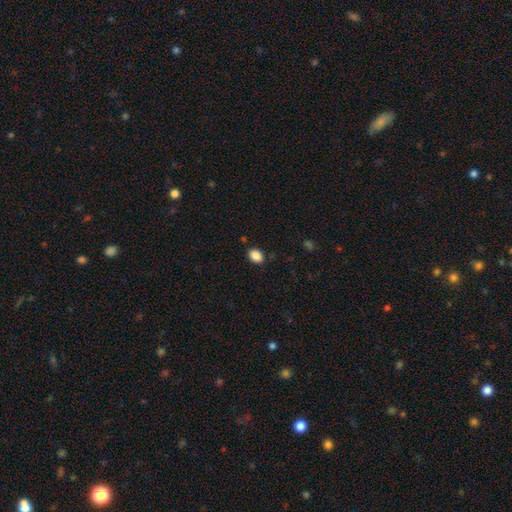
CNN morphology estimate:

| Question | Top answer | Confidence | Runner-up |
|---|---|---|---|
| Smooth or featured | smooth | 87% | star or artifact (9%) |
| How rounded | in between | 73% | round (26%) |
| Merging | none | 86% | minor disturbance (10%) |